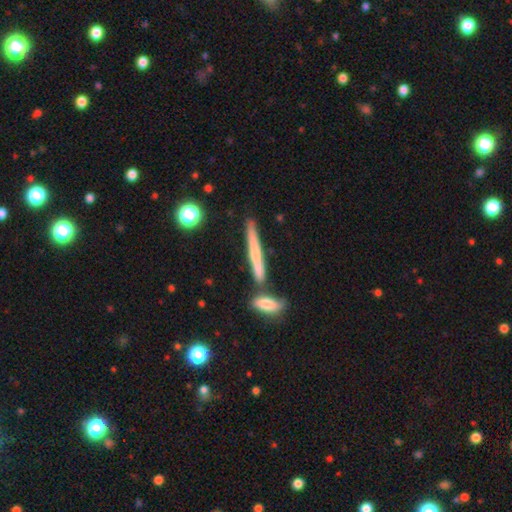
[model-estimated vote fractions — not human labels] A smooth galaxy with no disk features (54%) that is cigar-shaped (94%).

Vote fractions:
- Smooth or featured? smooth: 54% / featured or disk: 39% / star or artifact: 7%
- How rounded? cigar-shaped: 94% / in between: 4% / round: 2%
- Merging? none: 74% / merger: 12% / minor disturbance: 11% / major disturbance: 3%